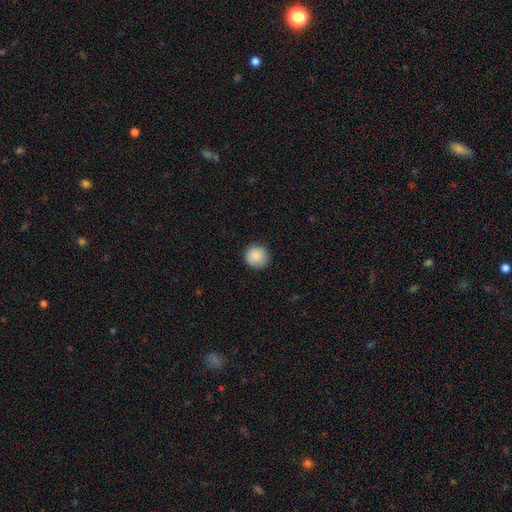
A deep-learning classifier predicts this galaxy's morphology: smooth 88%, star or artifact 8%, featured or disk 4%. Down the decision tree: how rounded — round (95%); merging — none (90%).